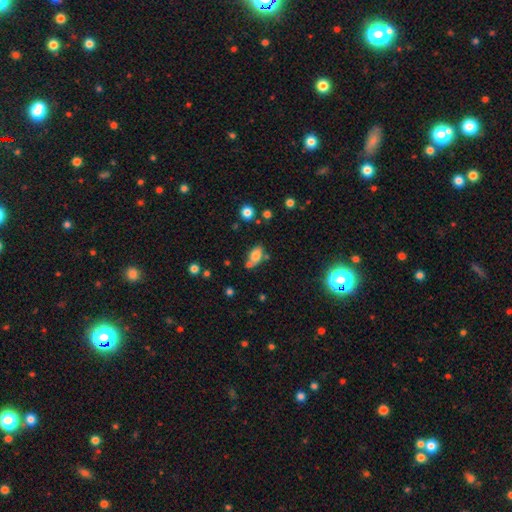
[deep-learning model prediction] smooth_or_featured: smooth (p=0.77) [alt: featured or disk p=0.12]
how_rounded: in between (p=0.88) [alt: round p=0.08]
merging: none (p=0.59) [alt: merger p=0.19]